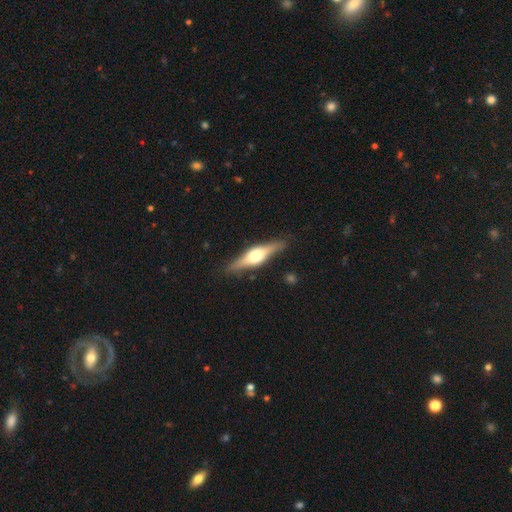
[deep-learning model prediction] Smooth or featured? Predicted: featured or disk (p=0.70). Edge-on disk? Predicted: yes (p=0.96). Edge-on bulge? Predicted: rounded (p=0.91). Merging? Predicted: none (p=0.86).